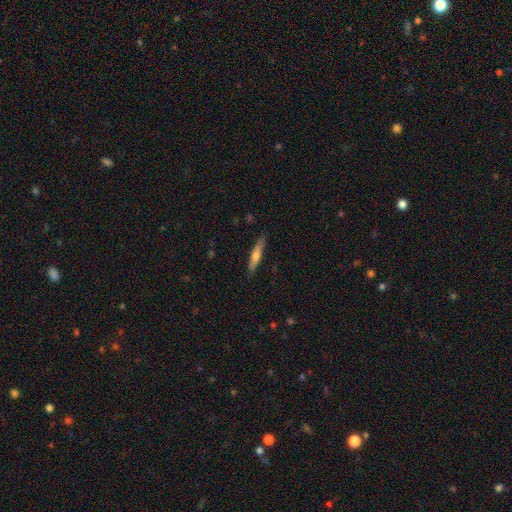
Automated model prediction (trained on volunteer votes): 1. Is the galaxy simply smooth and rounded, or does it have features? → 61% smooth, 34% featured or disk, 6% star or artifact.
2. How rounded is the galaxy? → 89% cigar-shaped, 10% in between, 2% round.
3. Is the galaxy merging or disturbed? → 86% none, 10% minor disturbance, 2% major disturbance, 1% merger.